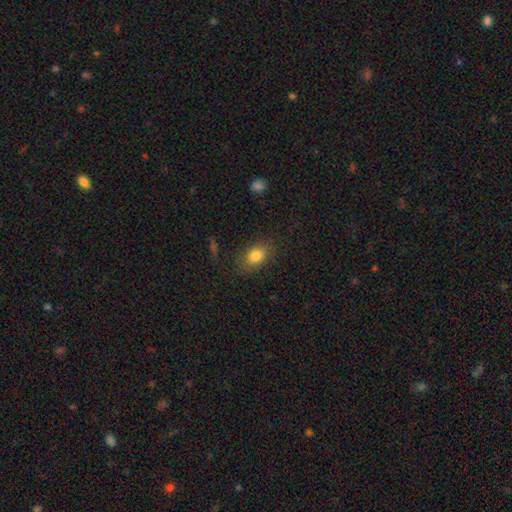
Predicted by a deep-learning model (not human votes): smooth 83%, star or artifact 9%, featured or disk 8%. Down the decision tree: how rounded — in between (76%); merging — none (82%).